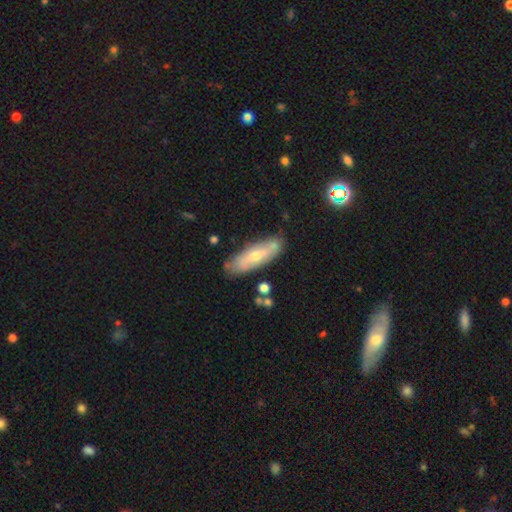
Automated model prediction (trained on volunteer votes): featured or disk 62%, smooth 31%, star or artifact 6%. Down the decision tree: edge-on disk — no (69%); merging — none (76%).